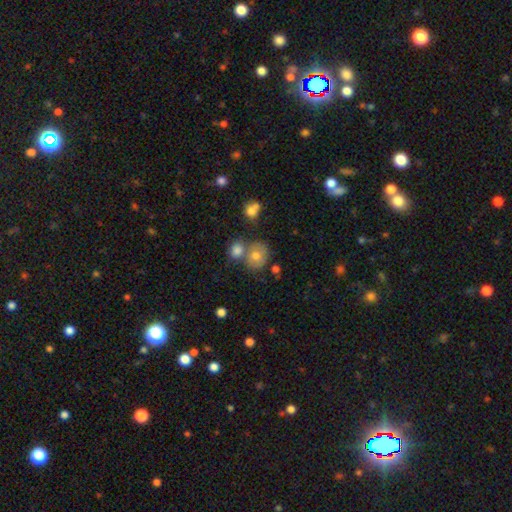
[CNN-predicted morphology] Smooth or featured: smooth — 72% (featured or disk — 15%)
How rounded: round — 71% (in between — 28%)
Merging: none — 53% (merger — 30%)